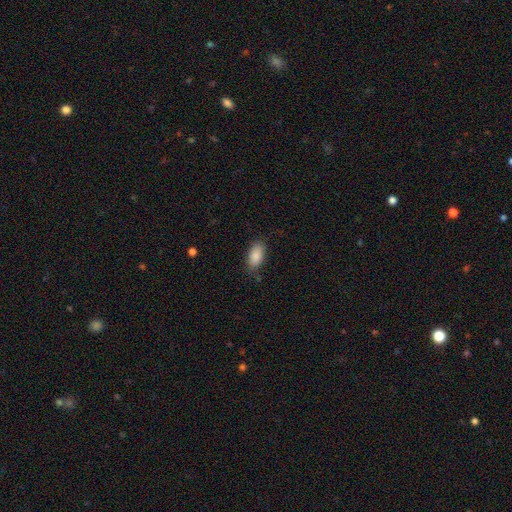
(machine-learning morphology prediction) The model was most divided on "merging": none: 79%, minor disturbance: 16%, major disturbance: 4%, merger: 1%. More confident: how rounded — in between (91%); smooth or featured — smooth (87%).